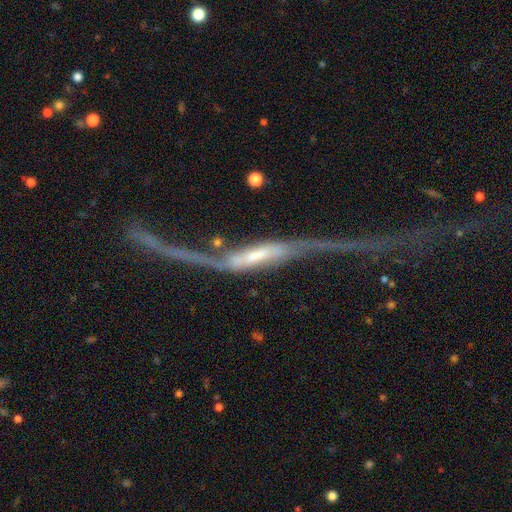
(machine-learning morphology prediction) A featured or disk galaxy (80%). Merging: major disturbance (43%).